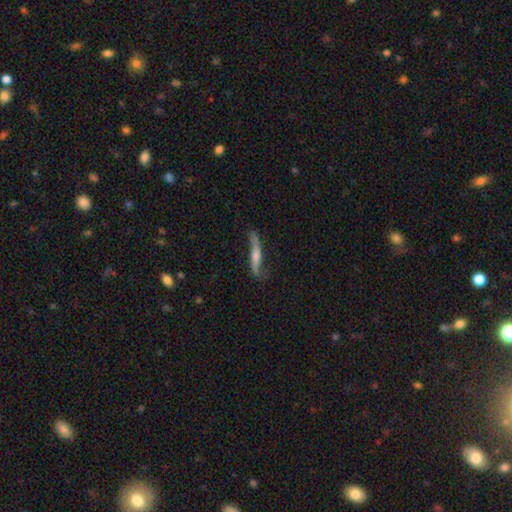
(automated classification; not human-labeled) Overall: featured or disk (74%). Edge-on disk: yes (77%). Edge-on bulge: rounded (76%). Merging: none (71%).